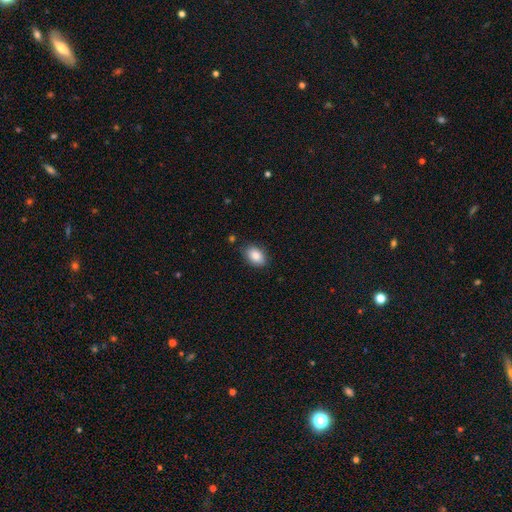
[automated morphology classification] A smooth galaxy with no disk features (86%) that is in between round and cigar-shaped (87%). Merging: none (85%).